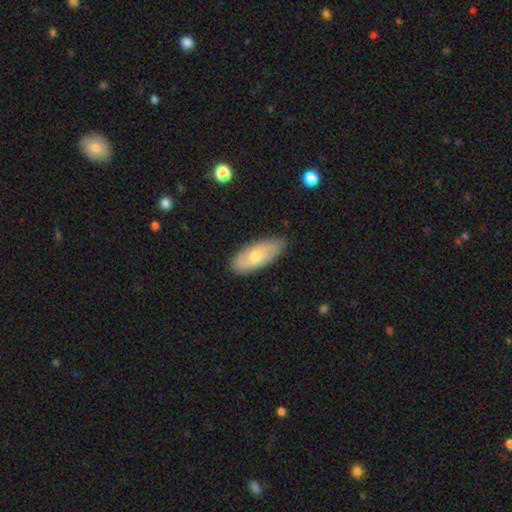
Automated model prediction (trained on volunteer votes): smooth 61%, featured or disk 34%, star or artifact 6%. Down the decision tree: how rounded — in between (83%); merging — none (81%).